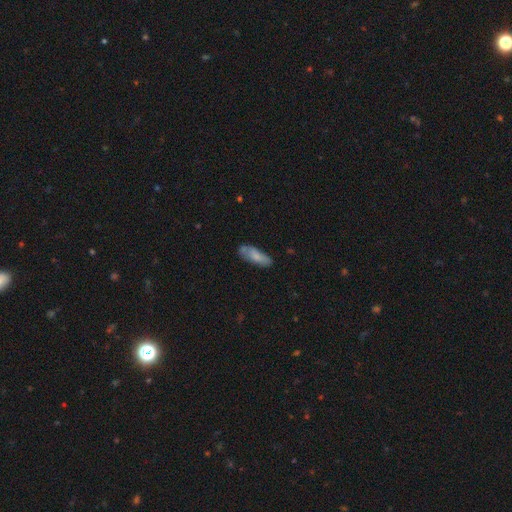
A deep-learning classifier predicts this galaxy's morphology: Smooth or featured?
  - smooth: 73% *
  - featured or disk: 20%
  - star or artifact: 7%
How rounded?
  - in between: 64% *
  - cigar-shaped: 34%
  - round: 2%
Merging?
  - none: 65% *
  - minor disturbance: 25%
  - major disturbance: 6%
  - merger: 4%